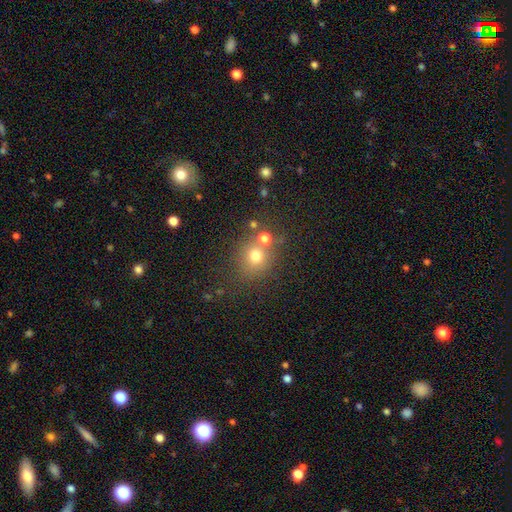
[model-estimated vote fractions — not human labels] smooth 72%, star or artifact 18%, featured or disk 11%. Down the decision tree: how rounded — round (84%); merging — none (63%).